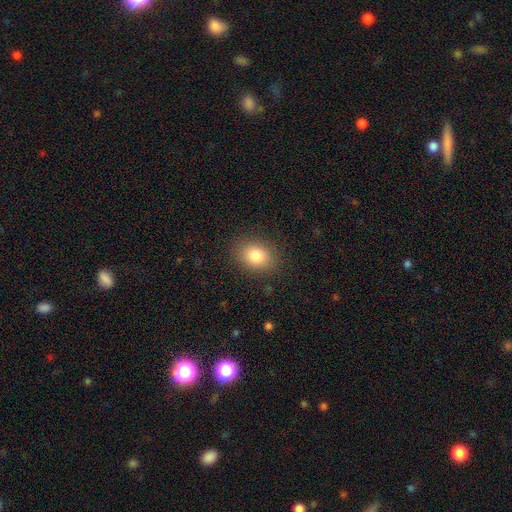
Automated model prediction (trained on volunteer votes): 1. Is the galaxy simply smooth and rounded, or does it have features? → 83% smooth, 9% star or artifact, 8% featured or disk.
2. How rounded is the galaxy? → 63% in between, 36% round, 1% cigar-shaped.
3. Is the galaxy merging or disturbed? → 86% none, 10% minor disturbance, 3% major disturbance, 1% merger.